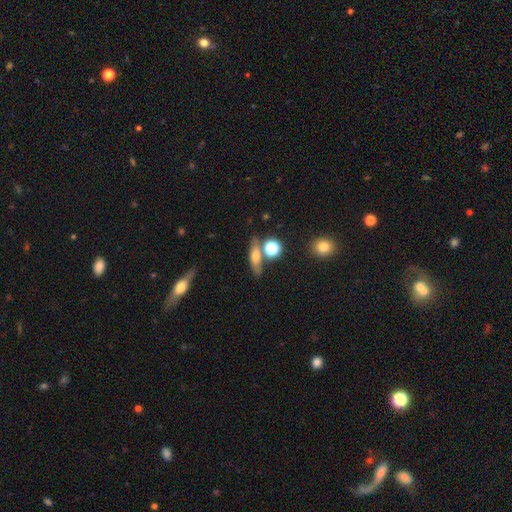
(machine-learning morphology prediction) smooth_or_featured: smooth (p=0.54) [alt: featured or disk p=0.32]
how_rounded: cigar-shaped (p=0.45) [alt: in between p=0.39]
merging: none (p=0.69) [alt: merger p=0.13]